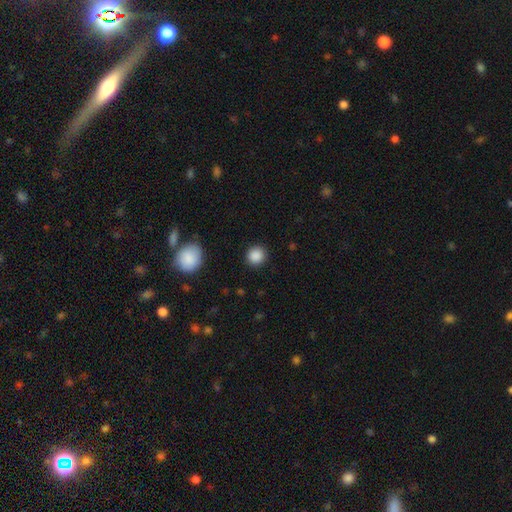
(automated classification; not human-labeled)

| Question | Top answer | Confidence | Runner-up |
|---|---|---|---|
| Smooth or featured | smooth | 88% | star or artifact (9%) |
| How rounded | round | 91% | in between (8%) |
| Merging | none | 90% | minor disturbance (6%) |